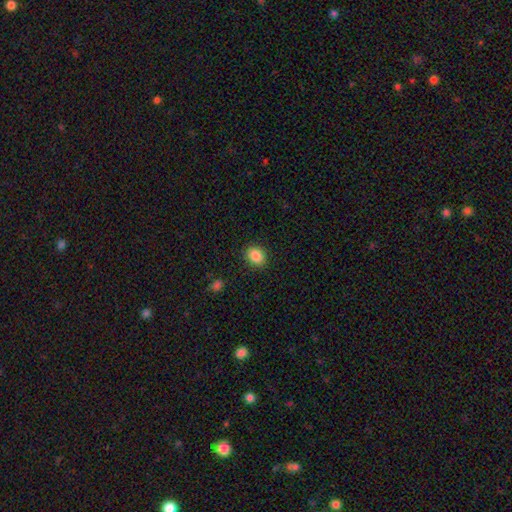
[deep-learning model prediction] This appears to be a smooth galaxy with no disk features (87%) that is in between round and cigar-shaped (57%). Merging: none (88%).